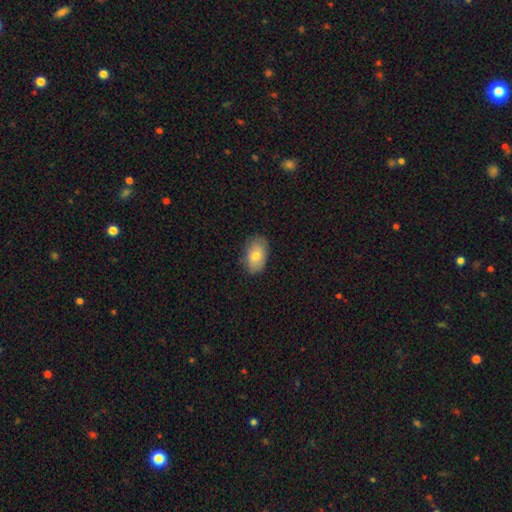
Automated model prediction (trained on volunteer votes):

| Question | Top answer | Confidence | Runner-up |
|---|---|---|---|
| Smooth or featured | smooth | 77% | featured or disk (16%) |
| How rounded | in between | 90% | round (8%) |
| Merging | none | 81% | minor disturbance (15%) |